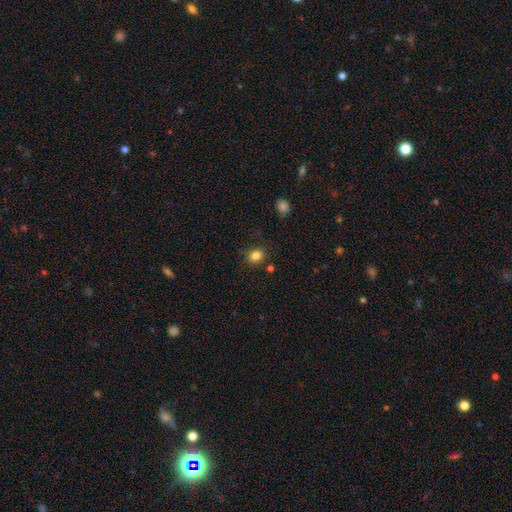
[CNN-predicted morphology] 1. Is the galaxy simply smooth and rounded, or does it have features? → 83% smooth, 12% star or artifact, 5% featured or disk.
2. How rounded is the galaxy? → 66% round, 34% in between, 1% cigar-shaped.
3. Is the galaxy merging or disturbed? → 82% none, 11% minor disturbance, 4% merger, 3% major disturbance.